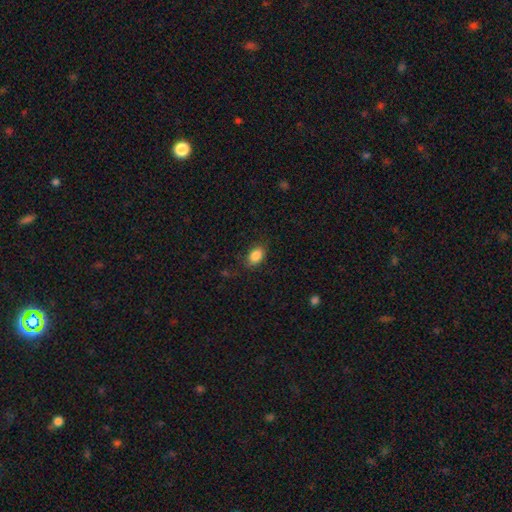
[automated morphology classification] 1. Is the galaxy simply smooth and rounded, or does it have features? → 87% smooth, 8% star or artifact, 5% featured or disk.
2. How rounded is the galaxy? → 87% in between, 11% round, 2% cigar-shaped.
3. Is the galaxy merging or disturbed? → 81% none, 14% minor disturbance, 4% major disturbance, 1% merger.